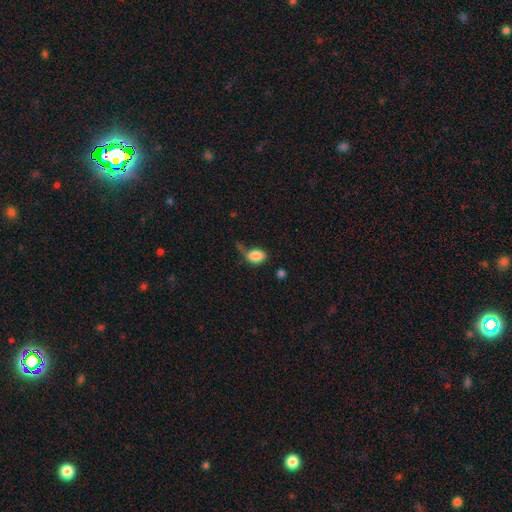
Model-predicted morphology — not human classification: Smooth or featured? smooth (83%)
How rounded? in between (72%)
Merging? major disturbance (32%)